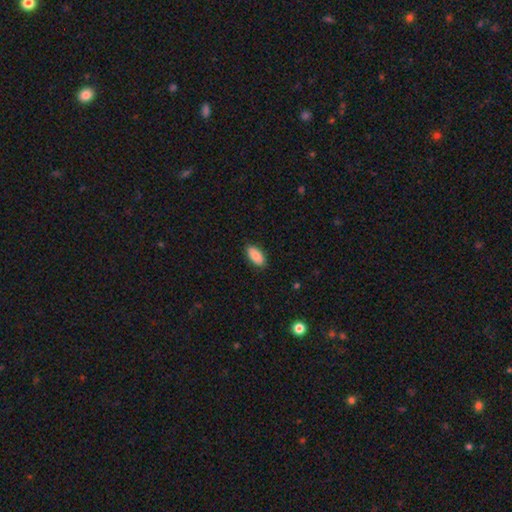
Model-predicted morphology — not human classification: Q: Smooth or featured?
A: smooth (86%); runner-up: featured or disk (7%)
Q: How rounded?
A: in between (93%); runner-up: cigar-shaped (4%)
Q: Merging?
A: none (86%); runner-up: minor disturbance (11%)